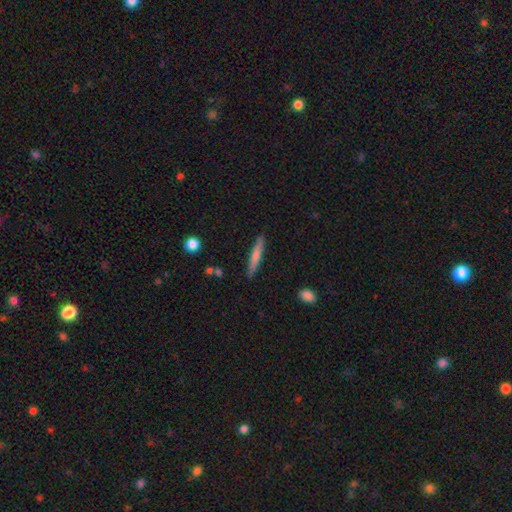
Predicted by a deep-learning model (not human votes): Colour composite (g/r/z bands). It shows a smooth galaxy with no disk features (67%) that is cigar-shaped (93%). Merging: none (88%).